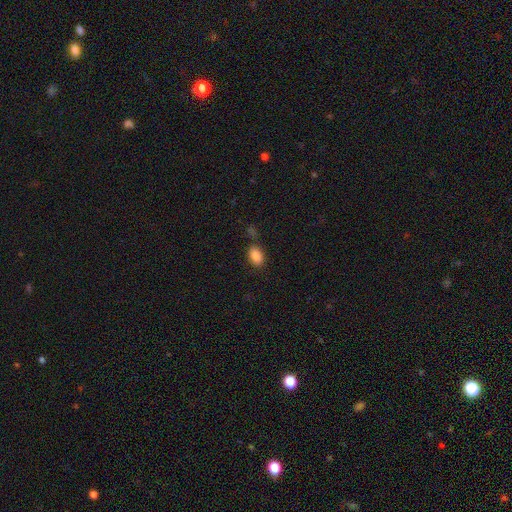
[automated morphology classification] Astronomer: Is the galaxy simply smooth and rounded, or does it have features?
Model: smooth — 87%.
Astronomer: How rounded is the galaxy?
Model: in between — 88%.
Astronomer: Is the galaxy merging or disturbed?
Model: none — 74%.